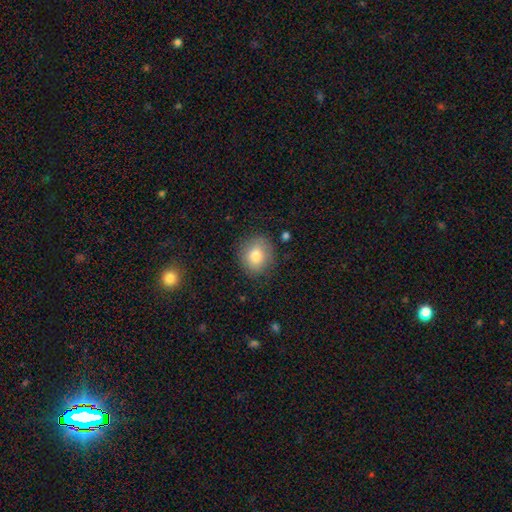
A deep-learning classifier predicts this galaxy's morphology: type=smooth (81%); roundness=round (73%); merging=none (82%).